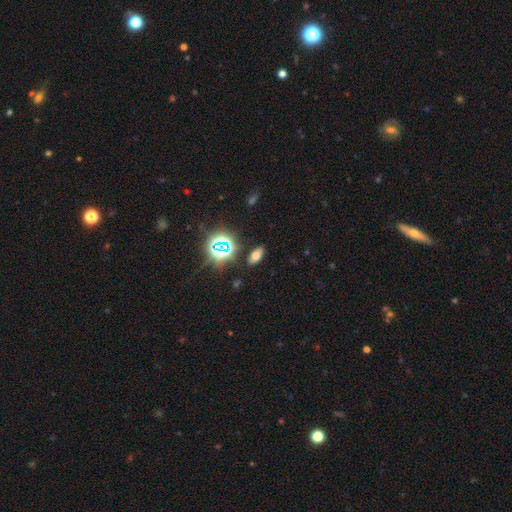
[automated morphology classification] type=smooth (59%); roundness=in between (86%); merging=none (86%).